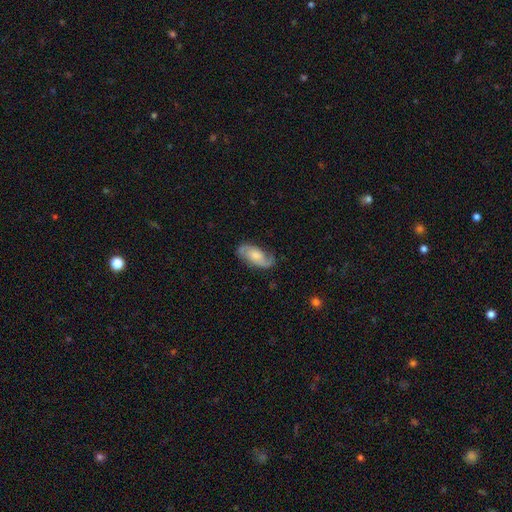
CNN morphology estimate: smooth_or_featured: featured or disk (p=0.74) [alt: smooth p=0.20]
disk_edge_on: no (p=0.95) [alt: yes p=0.05]
bar: no (p=0.60) [alt: weak p=0.32]
has_spiral_arms: yes (p=0.95) [alt: no p=0.05]
spiral_winding: medium (p=0.48) [alt: loose p=0.30]
spiral_arm_count: 2 (p=0.89) [alt: can't tell p=0.05]
bulge_size: moderate (p=0.40) [alt: small p=0.34]
merging: none (p=0.78) [alt: minor disturbance p=0.15]